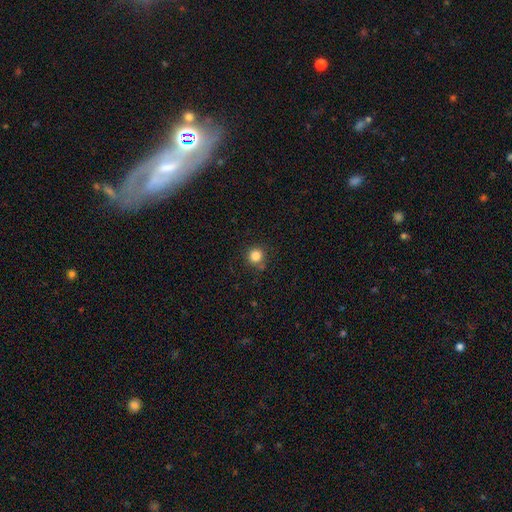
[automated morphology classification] This appears to be a smooth galaxy with no disk features (83%) that is round (93%). Merging: none (83%).